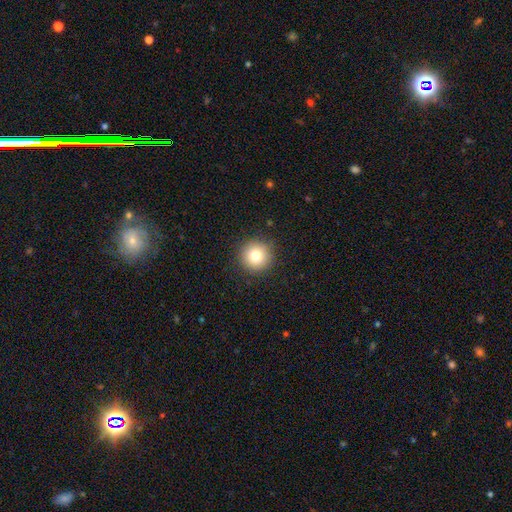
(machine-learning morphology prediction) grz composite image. It shows a smooth galaxy with no disk features (79%) that is round (95%). Merging: none (90%).